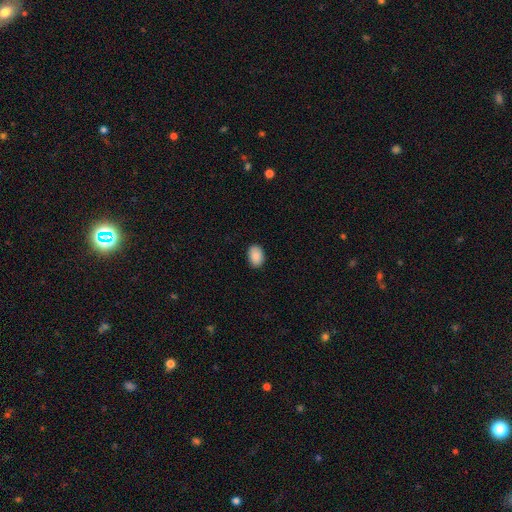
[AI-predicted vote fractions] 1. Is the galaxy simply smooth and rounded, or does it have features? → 90% smooth, 7% star or artifact, 3% featured or disk.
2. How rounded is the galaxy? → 81% in between, 18% round, 1% cigar-shaped.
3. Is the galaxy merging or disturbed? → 88% none, 9% minor disturbance, 2% major disturbance, 1% merger.